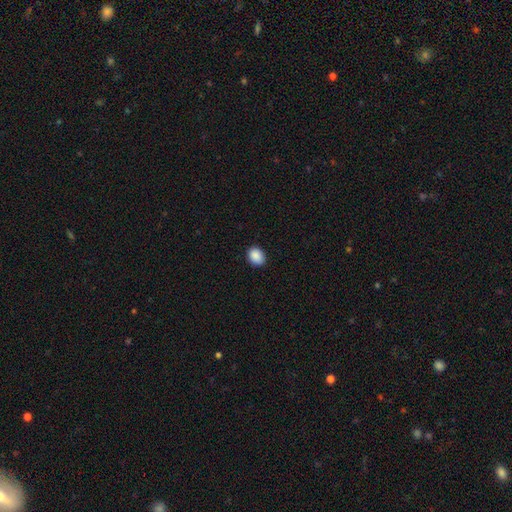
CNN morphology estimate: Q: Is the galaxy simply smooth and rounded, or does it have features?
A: smooth — 90%.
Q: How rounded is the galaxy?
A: in between — 52%.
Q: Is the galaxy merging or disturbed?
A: none — 89%.